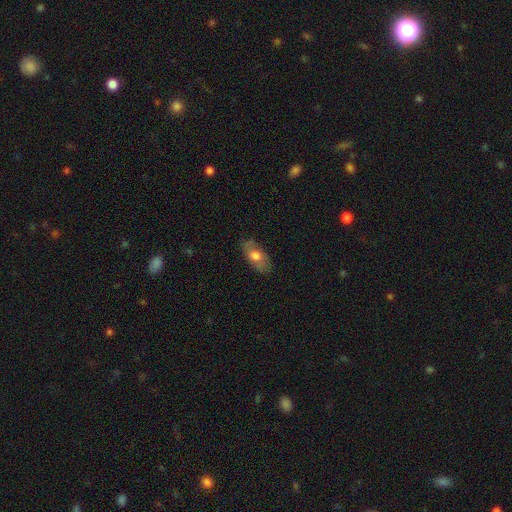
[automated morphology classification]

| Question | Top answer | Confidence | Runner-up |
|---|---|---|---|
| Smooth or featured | smooth | 63% | featured or disk (30%) |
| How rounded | in between | 87% | cigar-shaped (7%) |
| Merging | none | 74% | minor disturbance (19%) |